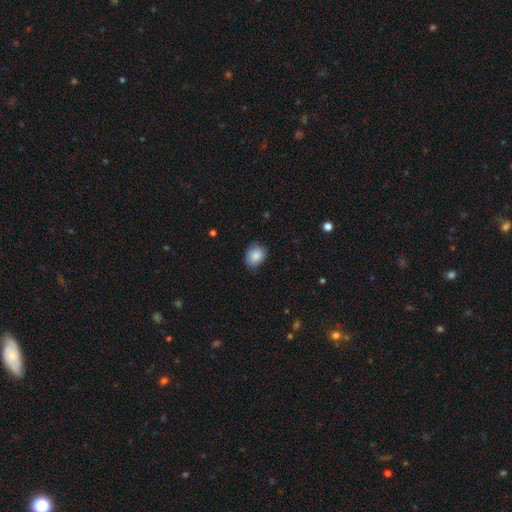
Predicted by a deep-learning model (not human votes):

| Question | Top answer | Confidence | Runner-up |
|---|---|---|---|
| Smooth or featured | smooth | 86% | star or artifact (8%) |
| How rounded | round | 51% | in between (48%) |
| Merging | none | 81% | minor disturbance (16%) |